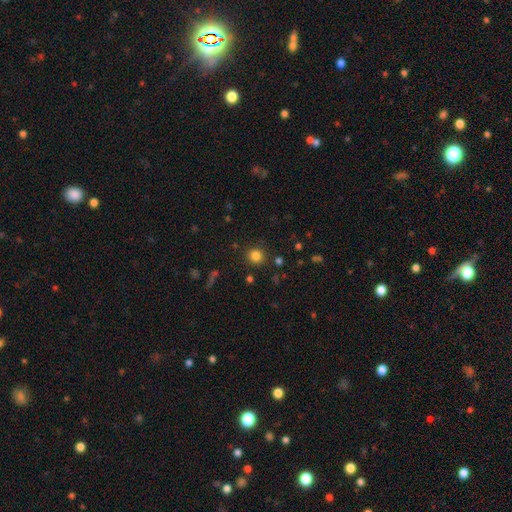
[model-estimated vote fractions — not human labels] A smooth galaxy with no disk features (82%) that is round (92%).

Vote fractions:
- Smooth or featured? smooth: 82% / star or artifact: 13% / featured or disk: 5%
- How rounded? round: 92% / in between: 7% / cigar-shaped: 1%
- Merging? none: 89% / minor disturbance: 7% / major disturbance: 3% / merger: 2%